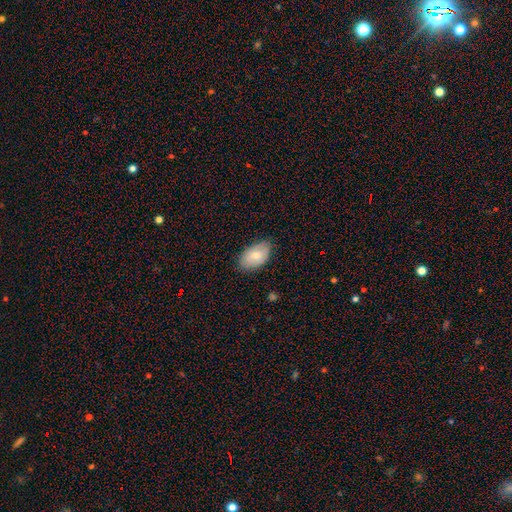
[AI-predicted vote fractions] Smooth or featured? Predicted: smooth (p=0.69). How rounded? Predicted: in between (p=0.93). Merging? Predicted: none (p=0.79).